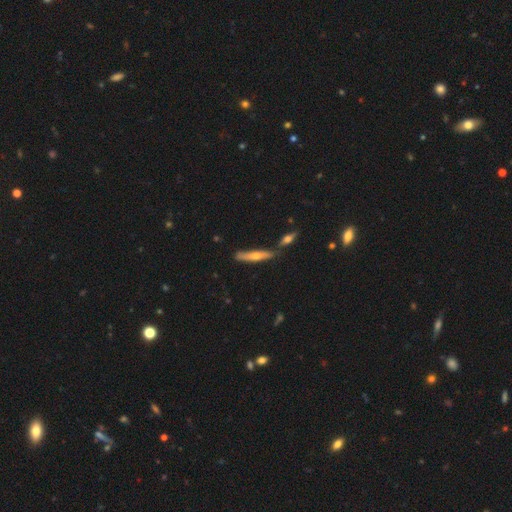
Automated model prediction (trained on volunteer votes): Overall: smooth (47%; featured or disk 46%). Merging: none (68%).